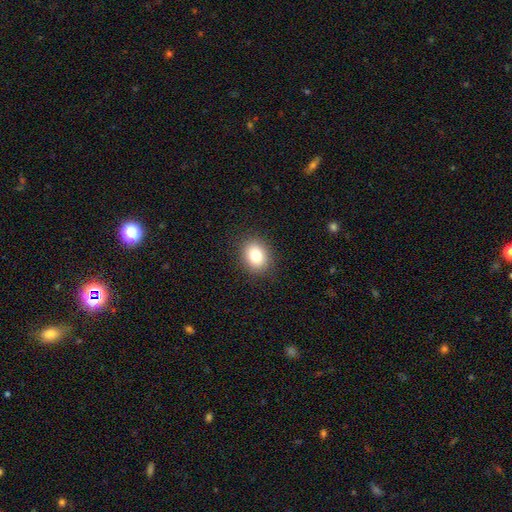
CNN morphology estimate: Smooth or featured?
  - smooth: 82% *
  - star or artifact: 10%
  - featured or disk: 8%
How rounded?
  - round: 50% *
  - in between: 49%
  - cigar-shaped: 1%
Merging?
  - none: 89% *
  - minor disturbance: 8%
  - major disturbance: 3%
  - merger: 1%